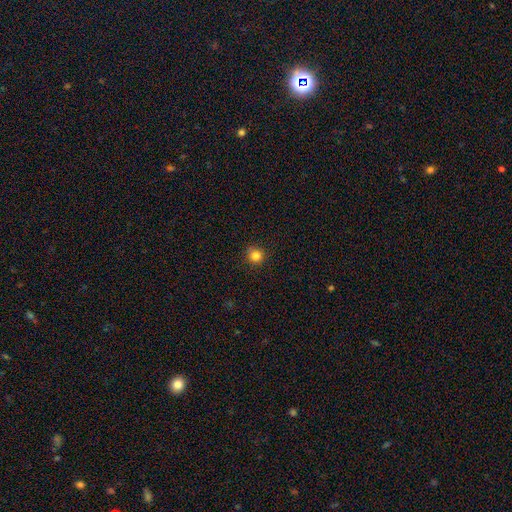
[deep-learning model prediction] Q: Smooth or featured?
A: smooth (83%); runner-up: star or artifact (13%)
Q: How rounded?
A: round (94%); runner-up: in between (5%)
Q: Merging?
A: none (88%); runner-up: minor disturbance (8%)